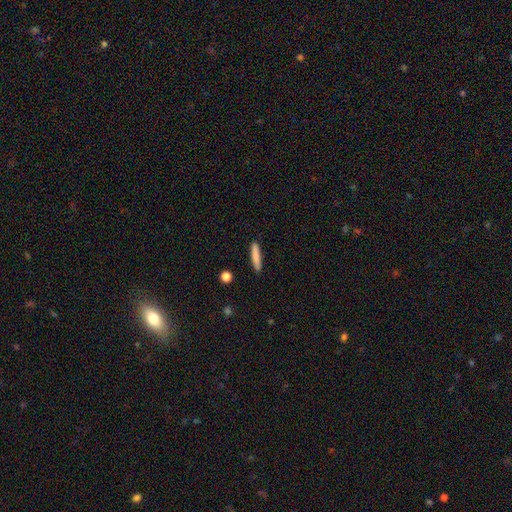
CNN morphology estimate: Smooth or featured? Predicted: smooth (p=0.82). How rounded? Predicted: cigar-shaped (p=0.91). Merging? Predicted: none (p=0.89).